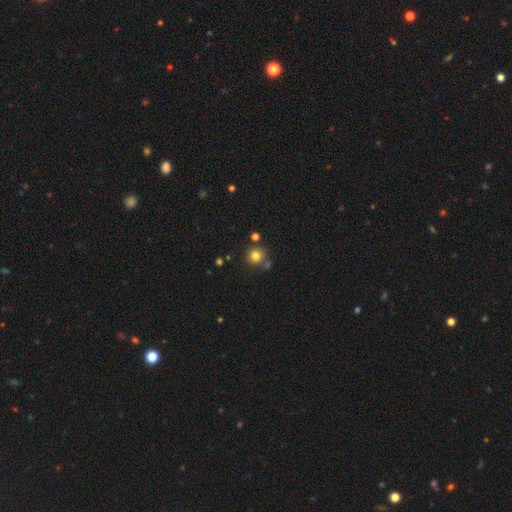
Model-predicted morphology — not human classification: A smooth galaxy with no disk features (79%) that is round (91%).

Vote fractions:
- Smooth or featured? smooth: 79% / star or artifact: 14% / featured or disk: 7%
- How rounded? round: 91% / in between: 8% / cigar-shaped: 1%
- Merging? none: 75% / merger: 11% / minor disturbance: 10% / major disturbance: 3%